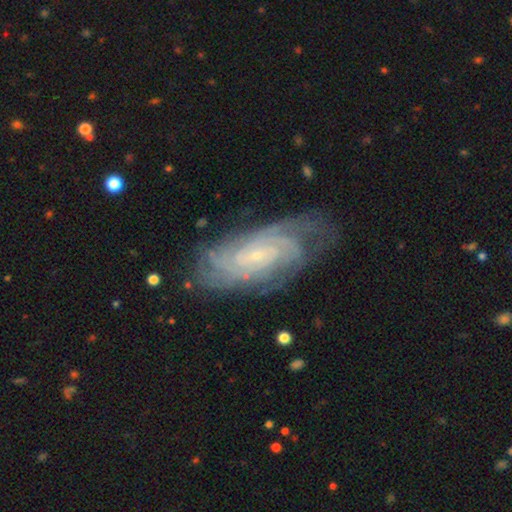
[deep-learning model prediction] Overall: featured or disk (85%). Edge-on disk: no (93%). Bar: no (65%; weak 28%). Spiral arms: yes (97%). Spiral arm count: can't tell (33%; 4 23%). Spiral winding: tight (73%). Bulge size: small (84%). Merging: none (75%).